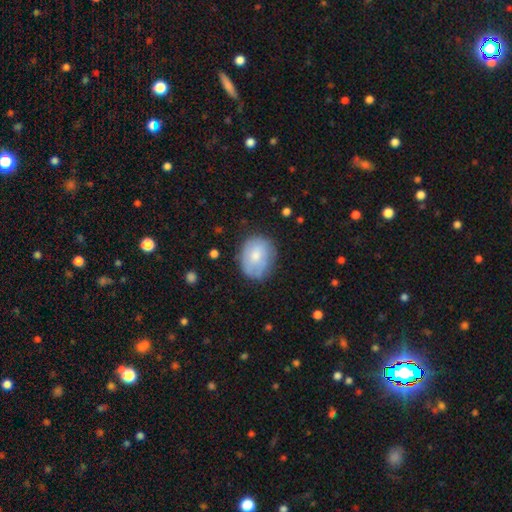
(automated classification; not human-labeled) The model was most divided on "how rounded": in between: 57%, round: 42%, cigar-shaped: 1%. More confident: merging — none (69%); smooth or featured — smooth (65%).